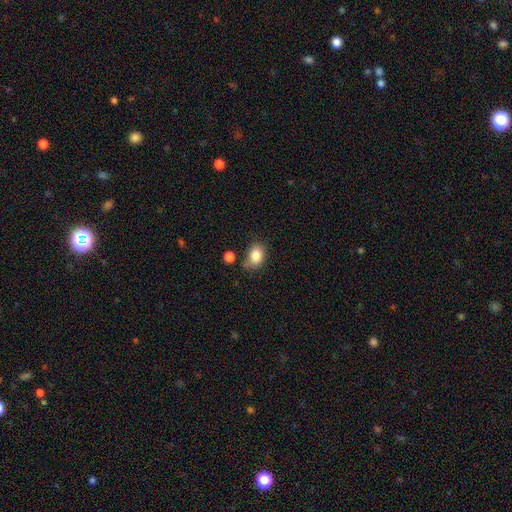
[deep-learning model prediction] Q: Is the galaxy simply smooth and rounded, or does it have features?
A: smooth — 84%.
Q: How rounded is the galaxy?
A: in between — 69%.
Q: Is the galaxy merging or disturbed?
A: none — 65%.